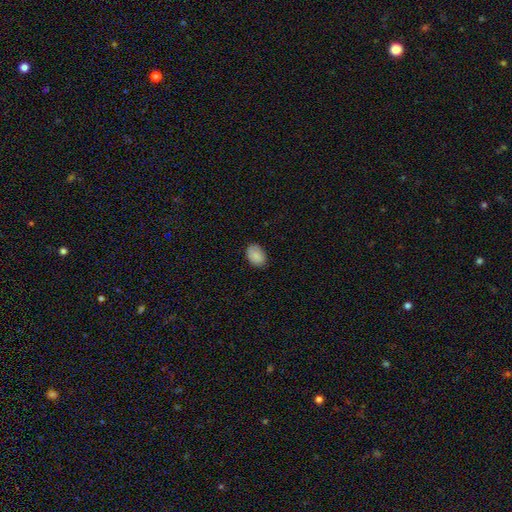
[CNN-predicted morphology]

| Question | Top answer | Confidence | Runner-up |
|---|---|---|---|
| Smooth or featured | smooth | 87% | star or artifact (8%) |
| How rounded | in between | 79% | round (20%) |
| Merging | none | 82% | minor disturbance (14%) |